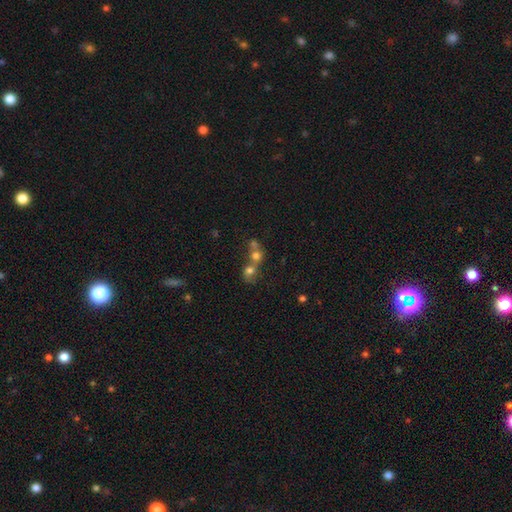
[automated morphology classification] Q: Smooth or featured?
A: smooth (54%); runner-up: featured or disk (23%)
Q: How rounded?
A: round (71%); runner-up: in between (26%)
Q: Merging?
A: merger (67%); runner-up: none (24%)